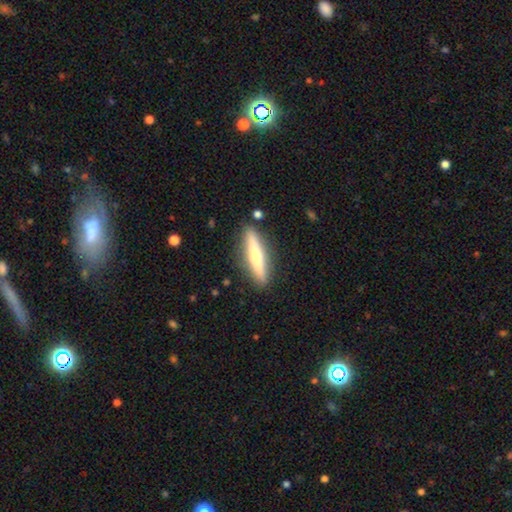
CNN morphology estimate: smooth-or-featured: featured or disk: 47% (tied) | smooth: 47% (tied) | star or artifact: 6%
  merging: none: 88% | minor disturbance: 8% | major disturbance: 2% | merger: 2%